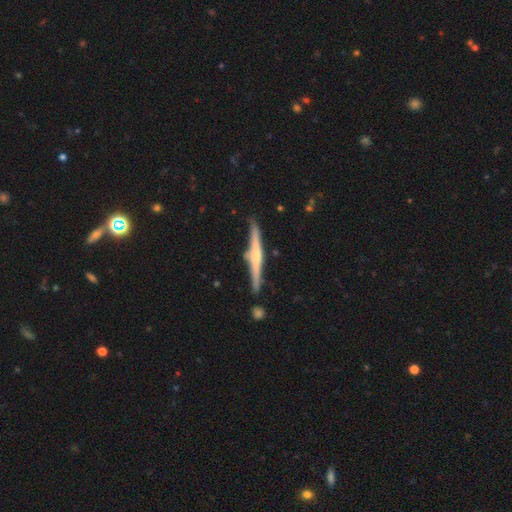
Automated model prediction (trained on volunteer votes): smooth_or_featured: featured or disk (p=0.70) [alt: smooth p=0.24]
disk_edge_on: yes (p=0.98) [alt: no p=0.02]
edge_on_bulge: rounded (p=0.68) [alt: none p=0.17]
merging: none (p=0.83) [alt: minor disturbance p=0.12]